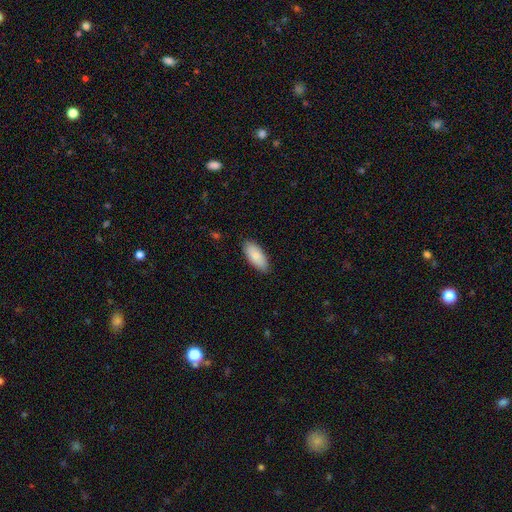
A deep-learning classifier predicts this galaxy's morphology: Smooth or featured?
  - smooth: 81% *
  - featured or disk: 13%
  - star or artifact: 6%
How rounded?
  - in between: 88% *
  - cigar-shaped: 10%
  - round: 2%
Merging?
  - none: 86% *
  - minor disturbance: 11%
  - major disturbance: 2%
  - merger: 1%